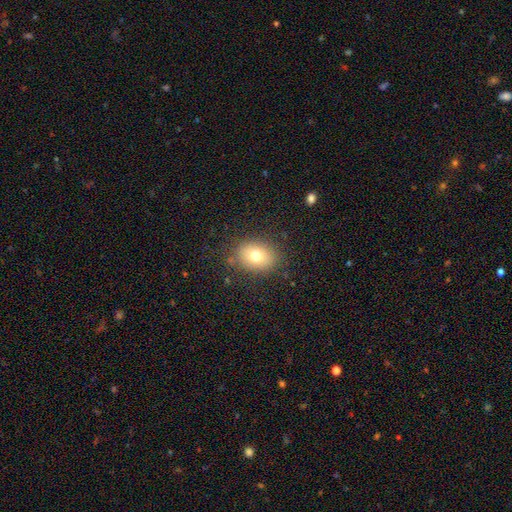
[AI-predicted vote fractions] Morphology: type=smooth (73%); roundness=in between (55%); merging=none (84%).